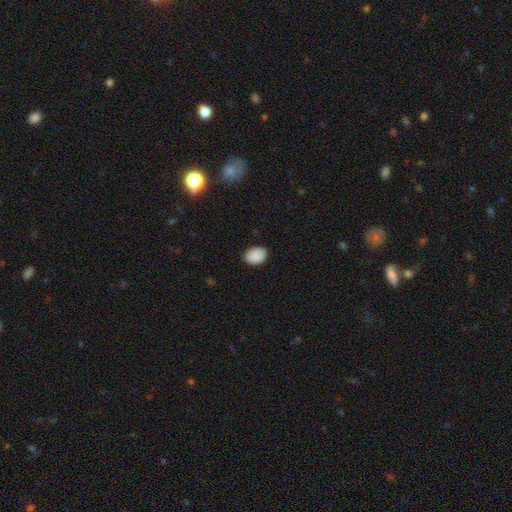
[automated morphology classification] Q: Smooth or featured?
A: smooth (90%); runner-up: star or artifact (7%)
Q: How rounded?
A: in between (74%); runner-up: round (25%)
Q: Merging?
A: none (87%); runner-up: minor disturbance (10%)